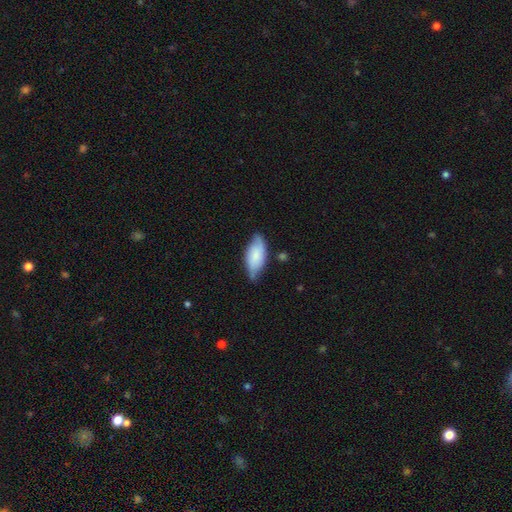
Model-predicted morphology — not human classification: A smooth galaxy with no disk features (71%) that is in between round and cigar-shaped (88%). Merging: none (61%).